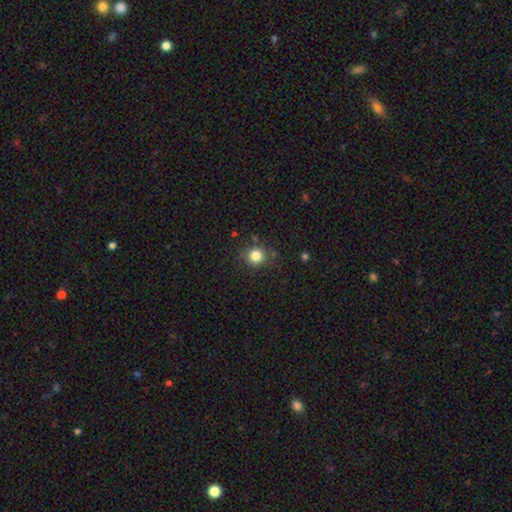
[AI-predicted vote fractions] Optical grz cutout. It shows a smooth galaxy with no disk features (82%) that is round (89%). Merging: none (84%).